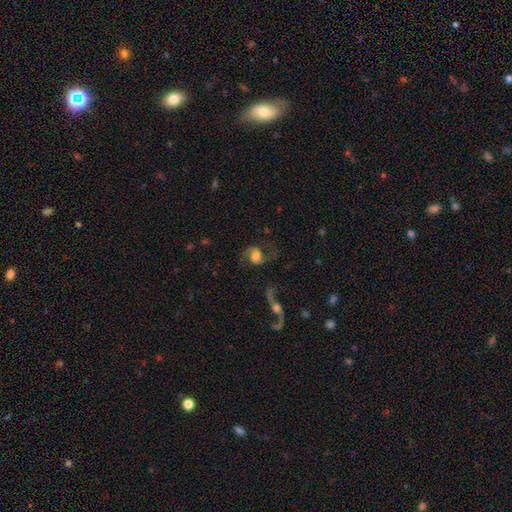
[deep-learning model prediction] The model was most divided on "bulge size": moderate: 45%, large: 32%, small: 14%, dominant: 5%, none: 4%. More confident: edge-on disk — no (97%); spiral arms — yes (93%); spiral arm count — 2 (89%); smooth or featured — featured or disk (73%); merging — none (63%); spiral winding — loose (59%); bar — no (51%).